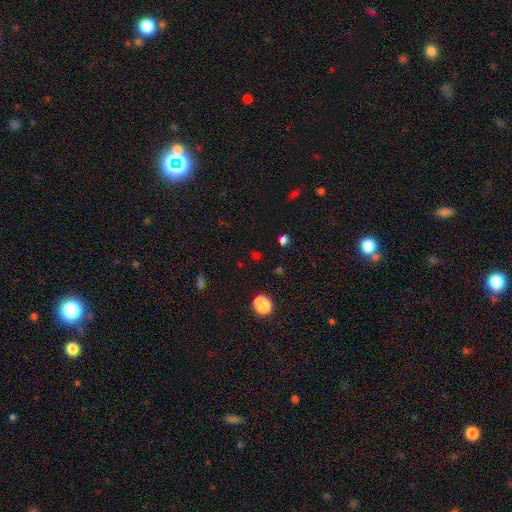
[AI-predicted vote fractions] The model was most divided on "smooth or featured": smooth: 49%, star or artifact: 44%, featured or disk: 8%. More confident: merging — none (76%).